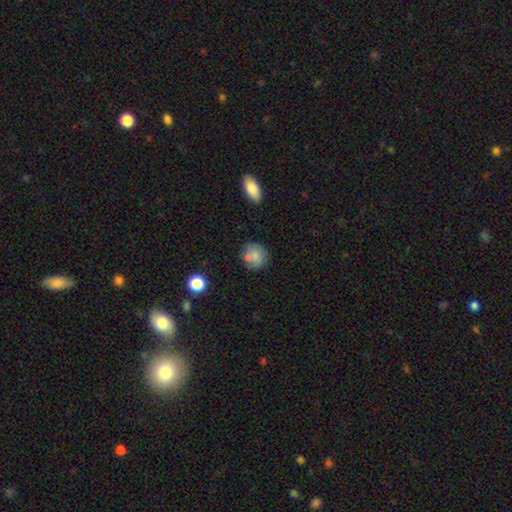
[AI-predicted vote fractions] Q: Smooth or featured?
A: smooth (74%); runner-up: featured or disk (17%)
Q: How rounded?
A: round (83%); runner-up: in between (16%)
Q: Merging?
A: none (62%); runner-up: merger (17%)